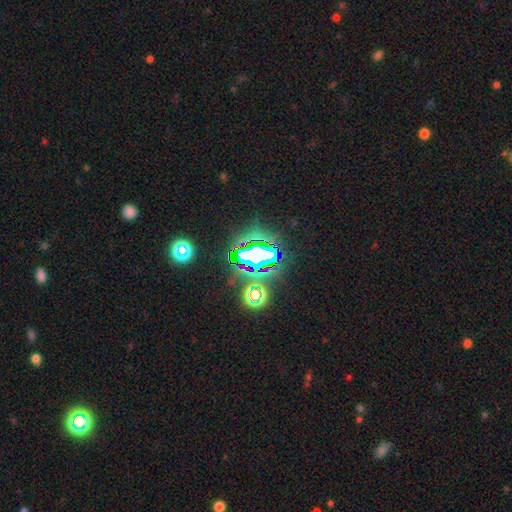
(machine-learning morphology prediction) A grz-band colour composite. It shows a star or artifact, not a galaxy (70%).